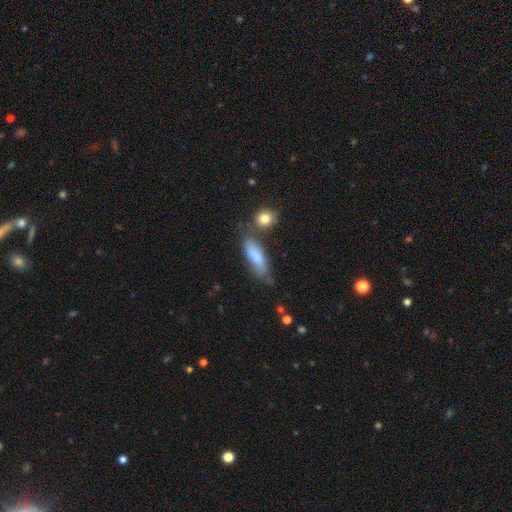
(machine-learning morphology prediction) Smooth or featured?
  - smooth: 77% *
  - featured or disk: 17%
  - star or artifact: 7%
How rounded?
  - cigar-shaped: 50% *
  - in between: 47%
  - round: 3%
Merging?
  - none: 57% *
  - minor disturbance: 23%
  - merger: 12%
  - major disturbance: 8%